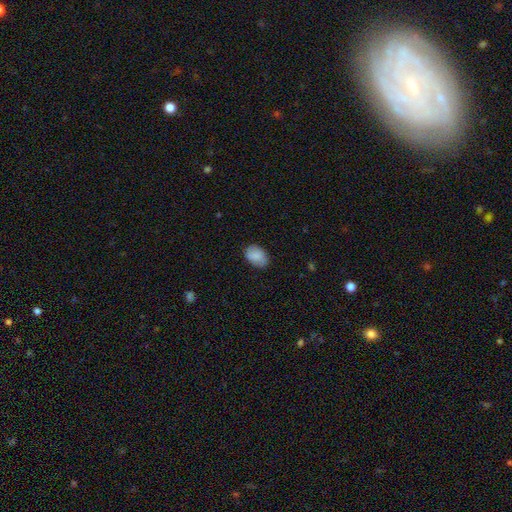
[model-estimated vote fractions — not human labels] Smooth or featured: smooth — 87% (star or artifact — 7%)
How rounded: in between — 84% (round — 15%)
Merging: none — 81% (minor disturbance — 15%)